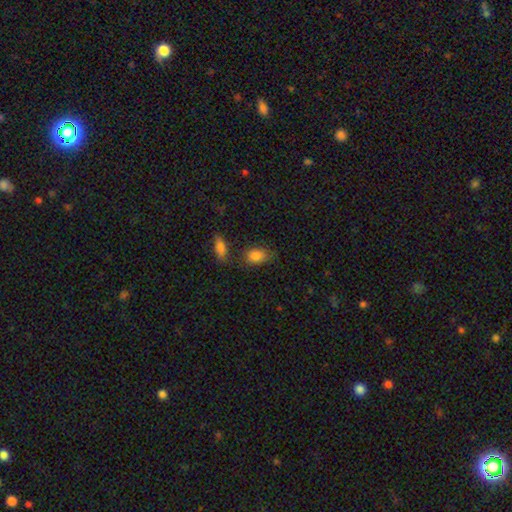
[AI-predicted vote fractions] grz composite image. It shows a smooth galaxy with no disk features (84%) that is in between round and cigar-shaped (80%). Merging: none (64%).